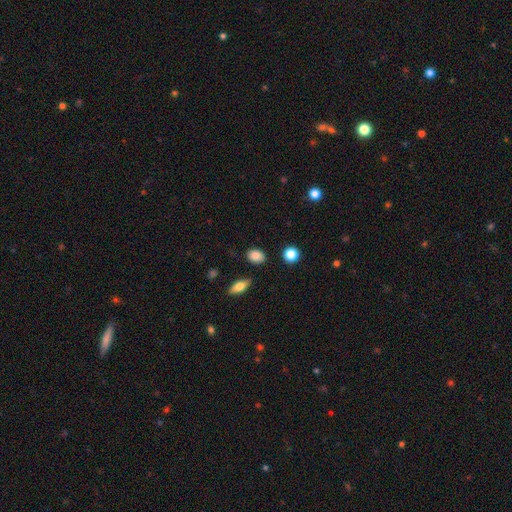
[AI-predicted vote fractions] This appears to be a smooth galaxy with no disk features (86%) that is in between round and cigar-shaped (66%). Merging: none (85%).